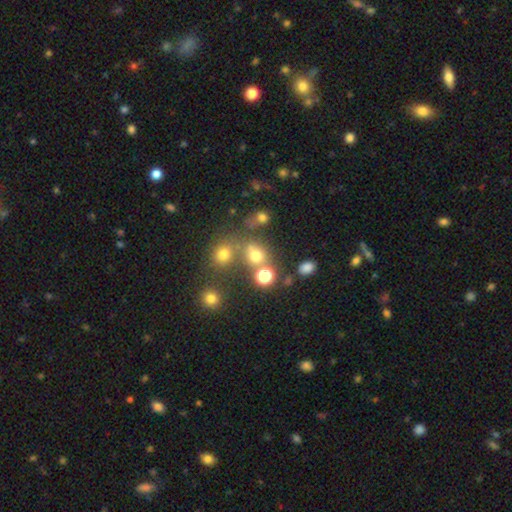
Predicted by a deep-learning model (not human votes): smooth-or-featured: smooth: 66% | star or artifact: 23% | featured or disk: 11%
  how-rounded: round: 76% | in between: 23% | cigar-shaped: 1%
  merging: none: 55% | merger: 28% | minor disturbance: 11% | major disturbance: 6%